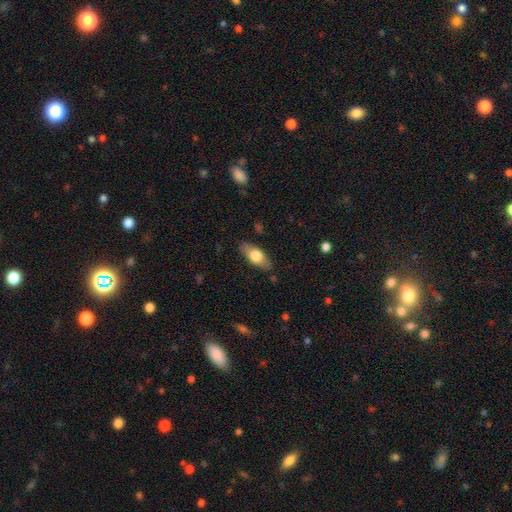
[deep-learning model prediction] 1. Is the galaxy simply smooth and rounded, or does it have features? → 68% smooth, 26% featured or disk, 6% star or artifact.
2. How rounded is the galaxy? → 83% in between, 14% cigar-shaped, 3% round.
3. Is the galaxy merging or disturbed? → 85% none, 12% minor disturbance, 3% major disturbance, 1% merger.